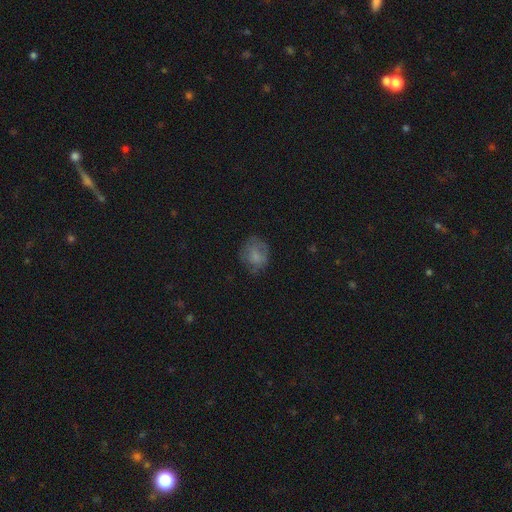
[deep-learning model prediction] Overall: smooth (67%). How rounded: round (68%; in between 31%). Merging: none (65%).